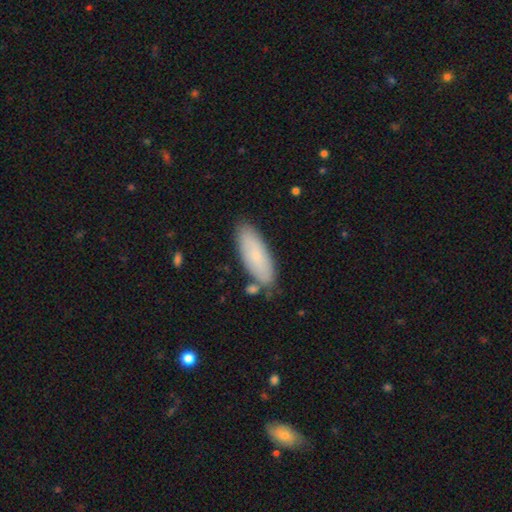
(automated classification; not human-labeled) Smooth or featured? smooth (74%)
How rounded? in between (68%)
Merging? none (80%)